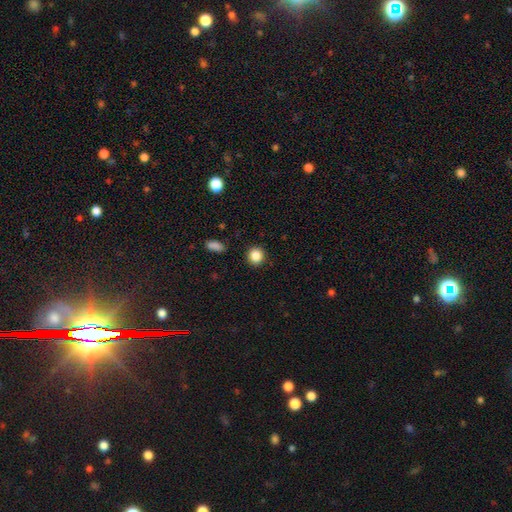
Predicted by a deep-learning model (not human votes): This is clearly a smooth galaxy (87%). How rounded: clearly round (88%). Merging: clearly none (91%).